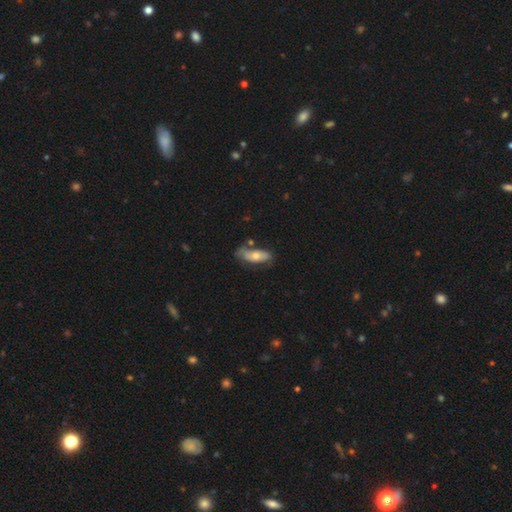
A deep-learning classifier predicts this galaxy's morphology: Overall: smooth (57%; featured or disk 37%). How rounded: in between (75%). Merging: none (56%; minor disturbance 27%).